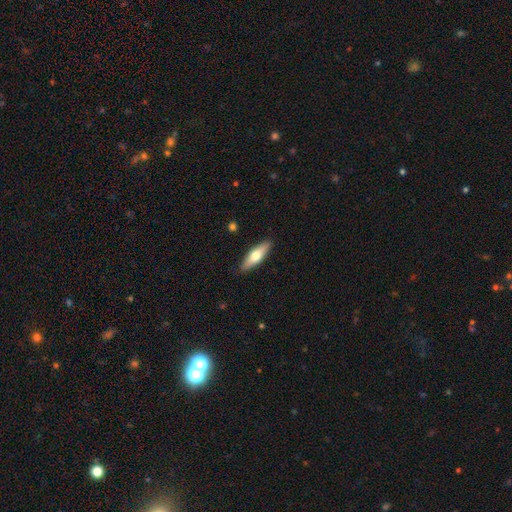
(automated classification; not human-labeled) This is likely a smooth galaxy (61%). How rounded: possibly cigar-shaped (52%). Merging: clearly none (88%).